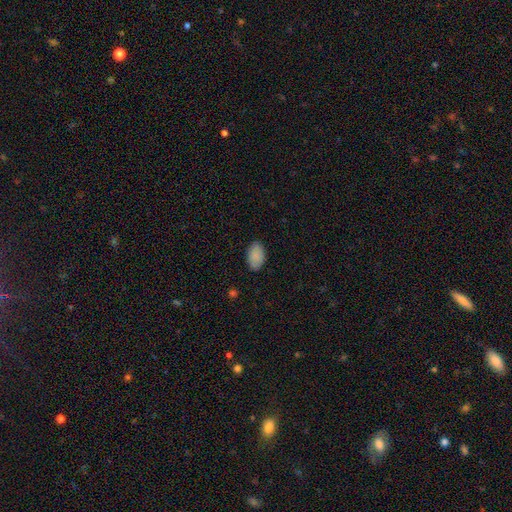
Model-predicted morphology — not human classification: A smooth galaxy with no disk features (89%) that is in between round and cigar-shaped (93%).

Vote fractions:
- Smooth or featured? smooth: 89% / star or artifact: 7% / featured or disk: 4%
- How rounded? in between: 93% / round: 5% / cigar-shaped: 1%
- Merging? none: 86% / minor disturbance: 11% / major disturbance: 2% / merger: 1%